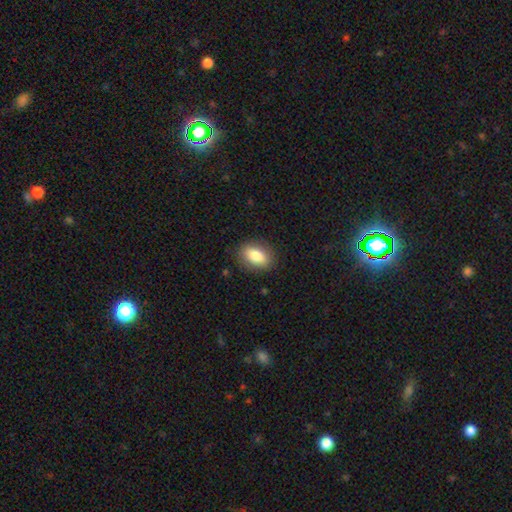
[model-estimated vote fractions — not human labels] A smooth galaxy with no disk features (83%) that is in between round and cigar-shaped (84%). Merging: none (86%).